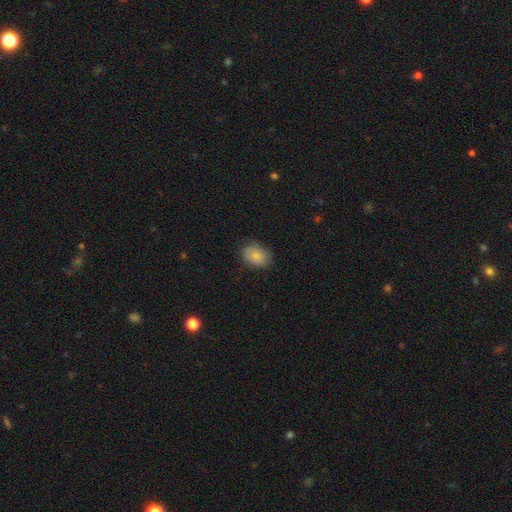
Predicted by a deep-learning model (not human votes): Smooth or featured: smooth — 83% (featured or disk — 10%)
How rounded: in between — 70% (round — 29%)
Merging: none — 79% (minor disturbance — 16%)